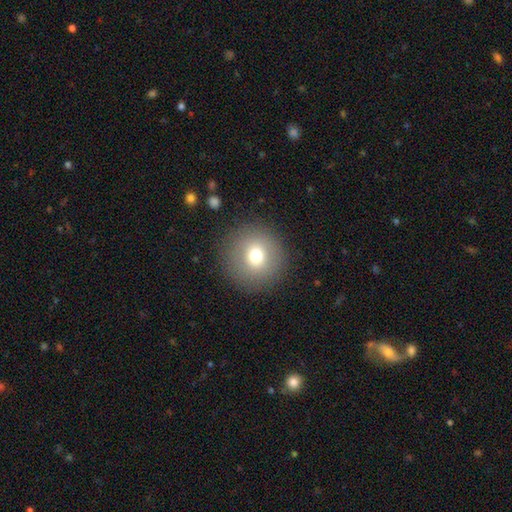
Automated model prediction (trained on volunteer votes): smooth-or-featured: smooth: 72% | featured or disk: 15% | star or artifact: 13%
  how-rounded: round: 95% | in between: 4% | cigar-shaped: 1%
  merging: none: 89% | minor disturbance: 6% | major disturbance: 4% | merger: 1%